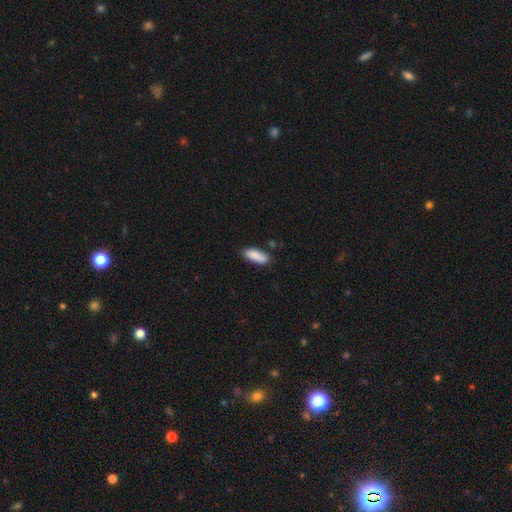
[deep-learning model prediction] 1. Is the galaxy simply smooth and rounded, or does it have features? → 88% smooth, 6% star or artifact, 6% featured or disk.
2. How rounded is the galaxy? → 66% in between, 33% cigar-shaped, 2% round.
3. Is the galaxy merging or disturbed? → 77% none, 17% minor disturbance, 3% merger, 3% major disturbance.